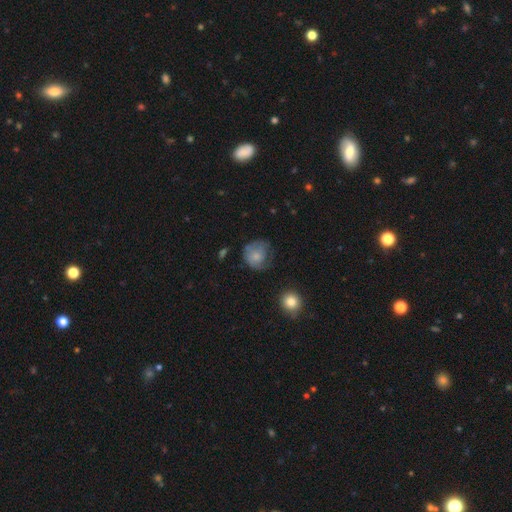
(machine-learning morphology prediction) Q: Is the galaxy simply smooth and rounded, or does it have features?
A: smooth — 70%.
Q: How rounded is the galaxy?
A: round — 80%.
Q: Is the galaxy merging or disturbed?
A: none — 48%.